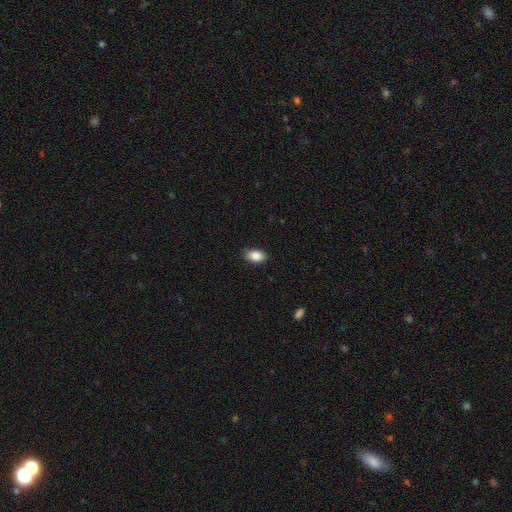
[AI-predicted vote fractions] Smooth or featured?
  - smooth: 87% *
  - star or artifact: 7%
  - featured or disk: 5%
How rounded?
  - in between: 90% *
  - round: 8%
  - cigar-shaped: 2%
Merging?
  - none: 84% *
  - minor disturbance: 13%
  - major disturbance: 2%
  - merger: 1%